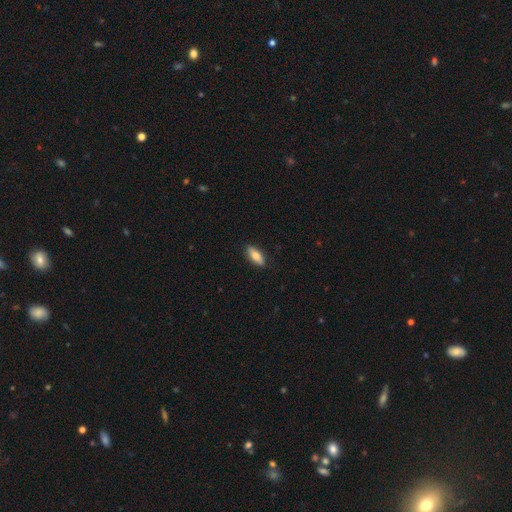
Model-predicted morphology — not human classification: Q: Smooth or featured?
A: smooth (77%); runner-up: featured or disk (16%)
Q: How rounded?
A: in between (76%); runner-up: cigar-shaped (21%)
Q: Merging?
A: none (88%); runner-up: minor disturbance (9%)